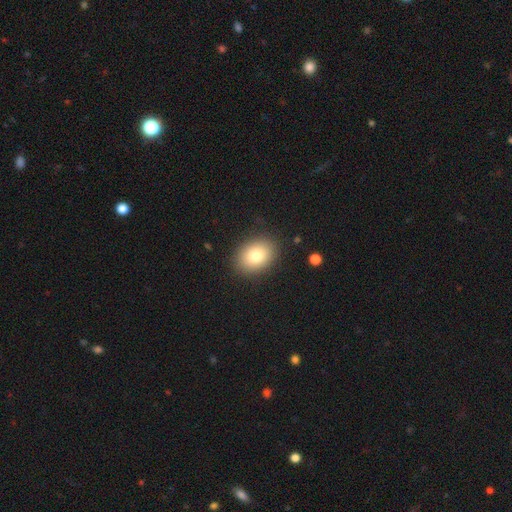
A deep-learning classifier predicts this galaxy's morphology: Smooth or featured? smooth (81%)
How rounded? in between (69%)
Merging? none (88%)